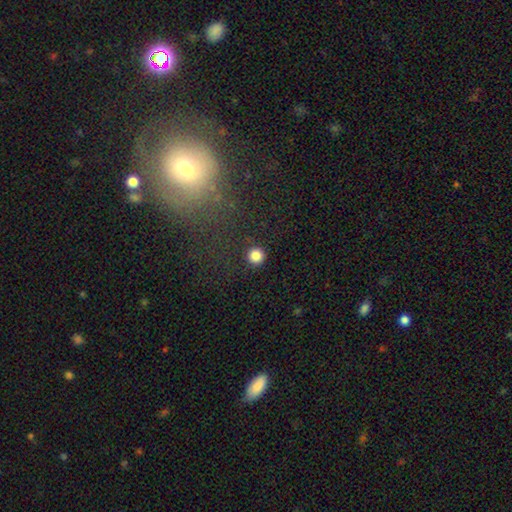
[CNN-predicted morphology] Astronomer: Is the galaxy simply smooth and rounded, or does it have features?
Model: smooth — 84%.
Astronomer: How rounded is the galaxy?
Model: round — 96%.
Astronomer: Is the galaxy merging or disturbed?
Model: none — 92%.